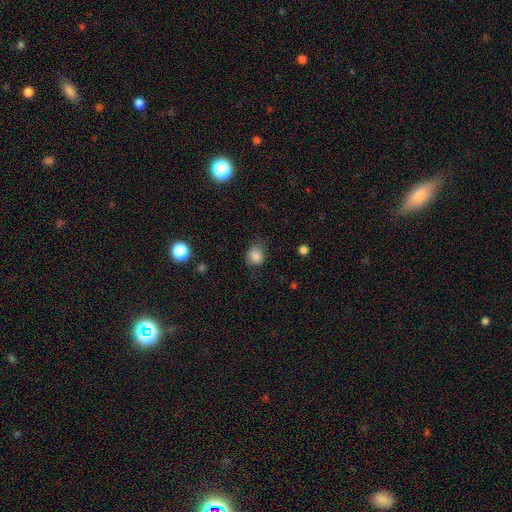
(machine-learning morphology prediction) A smooth galaxy with no disk features (84%) that is round (64%).

Vote fractions:
- Smooth or featured? smooth: 84% / star or artifact: 10% / featured or disk: 6%
- How rounded? round: 64% / in between: 35% / cigar-shaped: 1%
- Merging? none: 64% / minor disturbance: 26% / major disturbance: 8% / merger: 1%